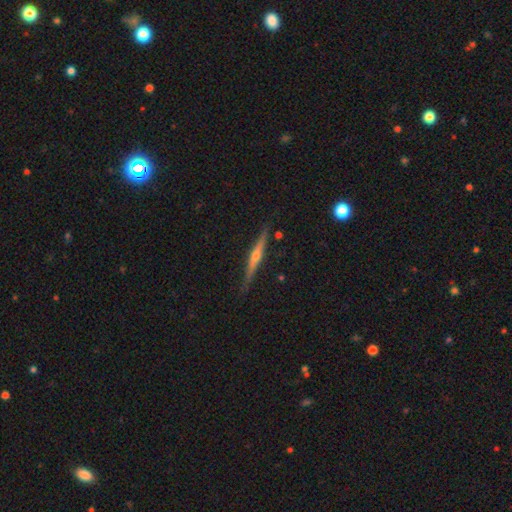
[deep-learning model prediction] This appears to be a featured or disk galaxy (80%) viewed edge-on (98%) with a rounded central bulge (88%). Merging: none (88%).